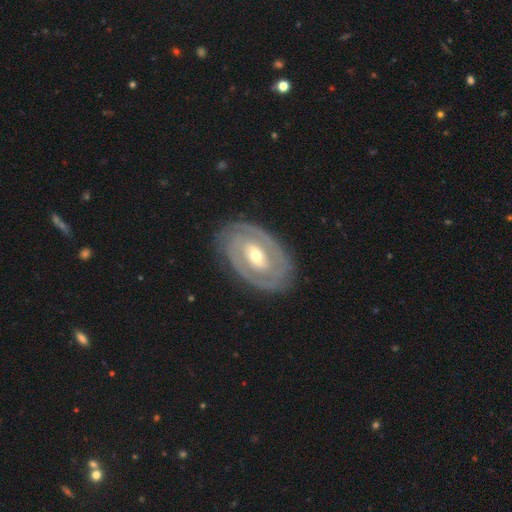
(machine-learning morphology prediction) Smooth or featured?
  - featured or disk: 83% *
  - smooth: 12%
  - star or artifact: 5%
Edge-on disk?
  - no: 95% *
  - yes: 5%
Bar?
  - weak: 38% *
  - no: 35%
  - strong: 27%
Spiral arms?
  - yes: 83% *
  - no: 17%
Spiral winding?
  - tight: 74% *
  - medium: 20%
  - loose: 5%
Spiral arm count?
  - 2: 62% *
  - can't tell: 21%
  - 3: 8%
  - 1: 4%
  - 4: 3%
  - more than 4: 2%
Bulge size?
  - moderate: 57% *
  - small: 38%
  - large: 3%
  - dominant: 1%
  - none: 1%
Merging?
  - none: 83% *
  - minor disturbance: 12%
  - major disturbance: 4%
  - merger: 1%